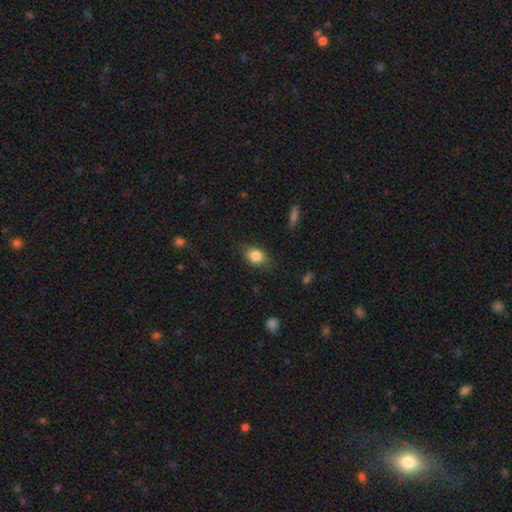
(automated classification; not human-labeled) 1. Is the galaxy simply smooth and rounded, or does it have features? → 84% smooth, 9% star or artifact, 7% featured or disk.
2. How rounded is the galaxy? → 72% in between, 26% round, 2% cigar-shaped.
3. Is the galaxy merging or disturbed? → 79% none, 16% minor disturbance, 4% major disturbance, 1% merger.